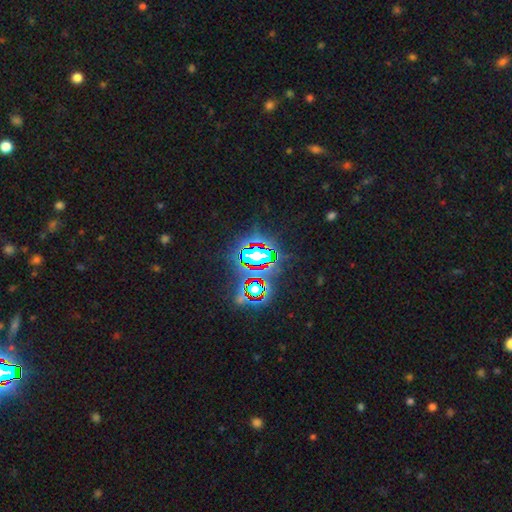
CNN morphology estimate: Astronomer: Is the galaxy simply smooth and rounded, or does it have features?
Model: star or artifact — 76%.